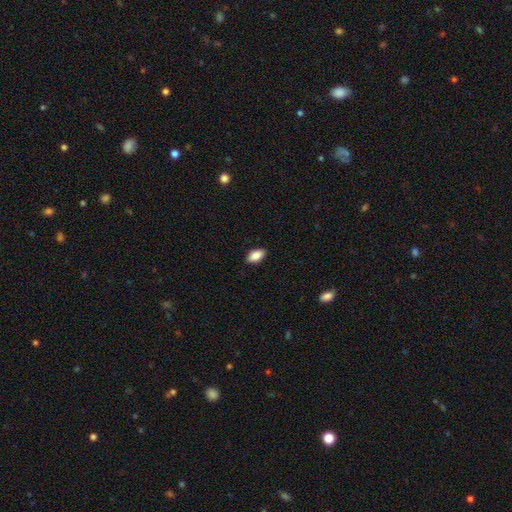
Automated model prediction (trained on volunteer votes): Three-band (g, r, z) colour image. It shows a smooth galaxy with no disk features (85%) that is in between round and cigar-shaped (91%). Merging: none (88%).